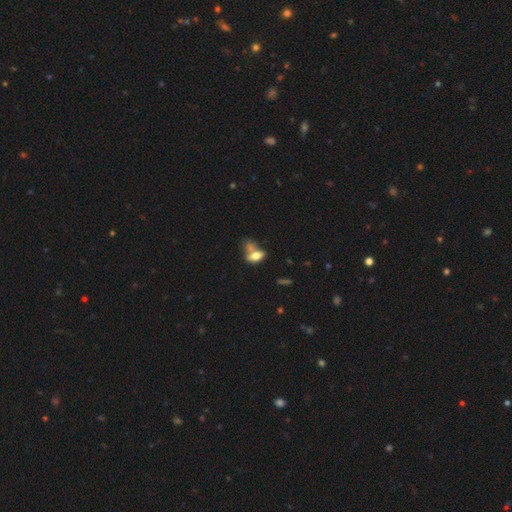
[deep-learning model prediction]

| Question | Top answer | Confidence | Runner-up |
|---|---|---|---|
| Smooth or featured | smooth | 65% | featured or disk (25%) |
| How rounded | in between | 80% | cigar-shaped (11%) |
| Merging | merger | 43% | none (33%) |